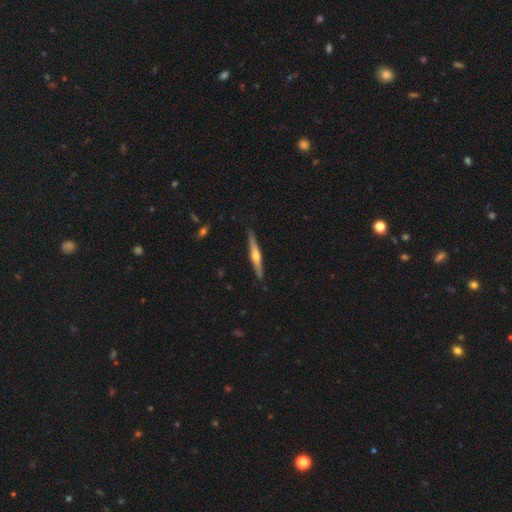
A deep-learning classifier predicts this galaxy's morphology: Smooth or featured: featured or disk — 67% (smooth — 28%)
Edge-on disk: yes — 97% (no — 3%)
Edge-on bulge: rounded — 90% (none — 6%)
Merging: none — 89% (minor disturbance — 8%)